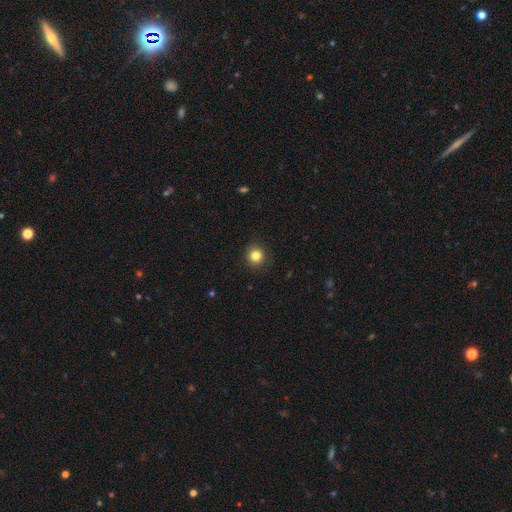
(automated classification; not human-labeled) Overall: smooth (83%). How rounded: round (91%). Merging: none (91%).